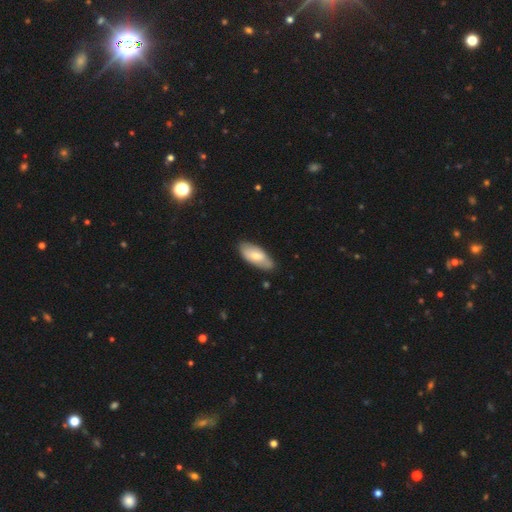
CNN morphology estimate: The model was most divided on "smooth or featured": smooth: 65%, featured or disk: 30%, star or artifact: 5%. More confident: how rounded — in between (88%); merging — none (79%).